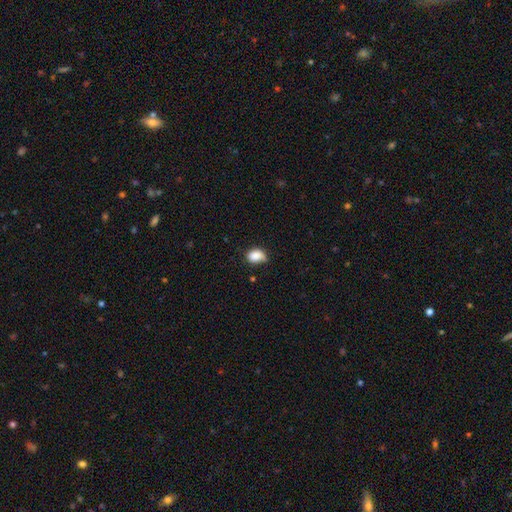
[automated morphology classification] Smooth or featured? smooth (86%)
How rounded? in between (68%)
Merging? none (49%)